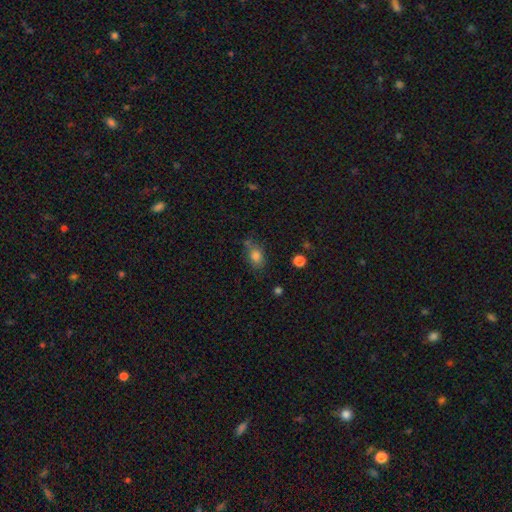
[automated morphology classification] Overall: smooth (79%). How rounded: in between (76%). Merging: none (64%).